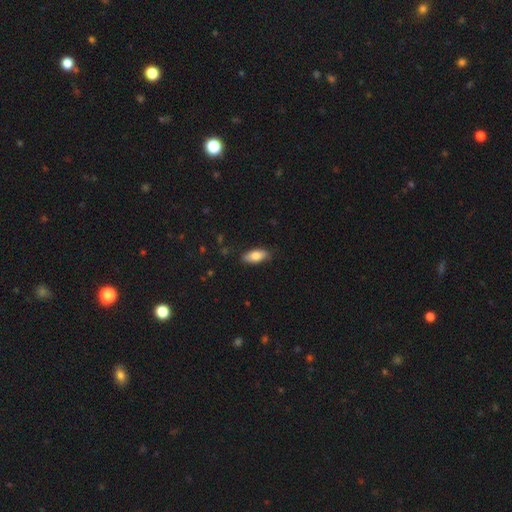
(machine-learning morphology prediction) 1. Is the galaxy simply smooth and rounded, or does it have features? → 80% smooth, 14% featured or disk, 6% star or artifact.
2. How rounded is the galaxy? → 85% in between, 12% cigar-shaped, 2% round.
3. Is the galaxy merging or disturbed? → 84% none, 13% minor disturbance, 2% major disturbance, 1% merger.